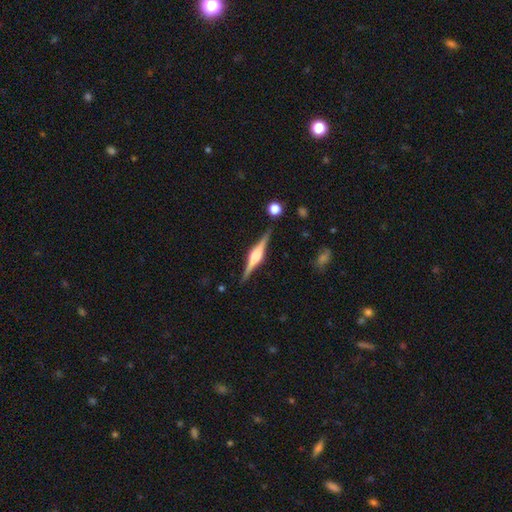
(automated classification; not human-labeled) smooth_or_featured: featured or disk (p=0.84) [alt: smooth p=0.10]
disk_edge_on: yes (p=0.98) [alt: no p=0.02]
edge_on_bulge: rounded (p=0.83) [alt: boxy p=0.15]
merging: none (p=0.89) [alt: minor disturbance p=0.08]